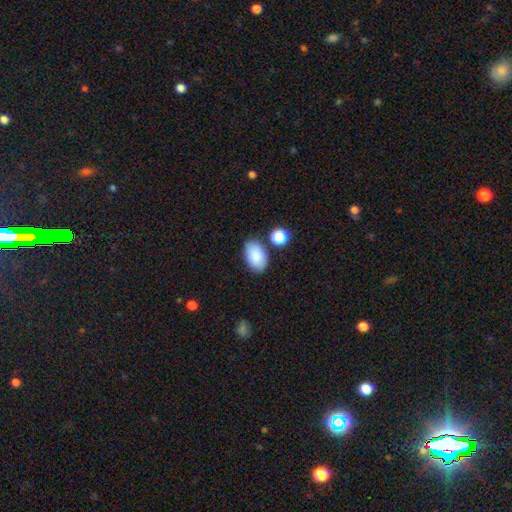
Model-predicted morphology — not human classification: Smooth or featured?
  - smooth: 86% *
  - star or artifact: 7%
  - featured or disk: 7%
How rounded?
  - in between: 92% *
  - round: 7%
  - cigar-shaped: 1%
Merging?
  - none: 78% *
  - minor disturbance: 13%
  - merger: 6%
  - major disturbance: 3%